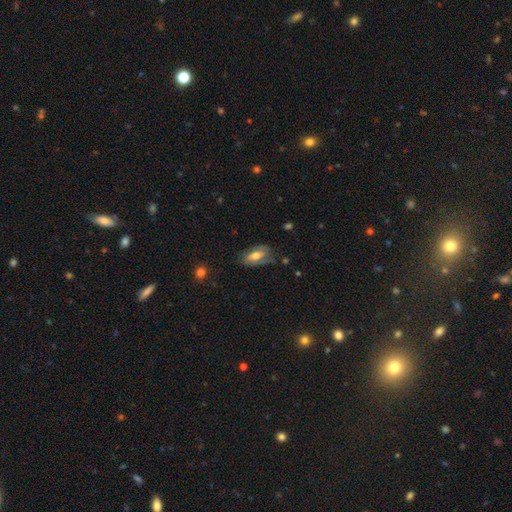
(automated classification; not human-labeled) Smooth or featured? smooth (51%)
How rounded? in between (88%)
Merging? none (59%)